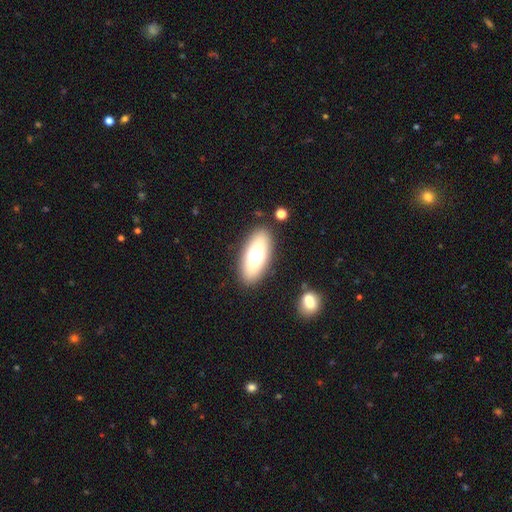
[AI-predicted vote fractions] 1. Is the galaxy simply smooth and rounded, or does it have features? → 69% smooth, 22% featured or disk, 9% star or artifact.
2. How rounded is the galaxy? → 83% in between, 13% cigar-shaped, 4% round.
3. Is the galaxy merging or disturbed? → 86% none, 8% minor disturbance, 3% major disturbance, 3% merger.